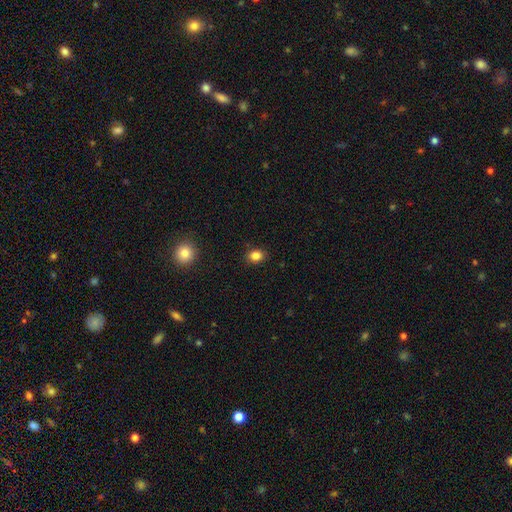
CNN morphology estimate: Smooth or featured? smooth (84%)
How rounded? round (54%)
Merging? none (88%)